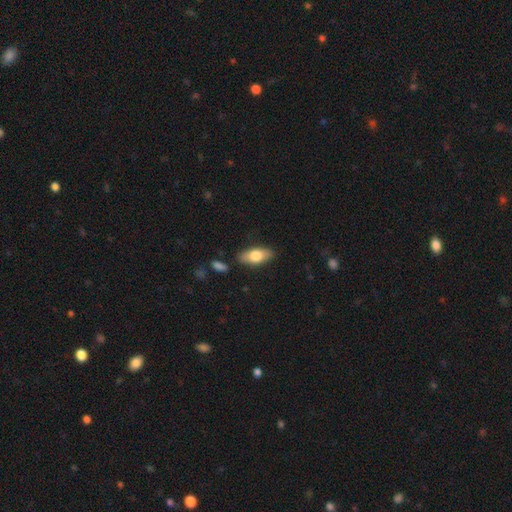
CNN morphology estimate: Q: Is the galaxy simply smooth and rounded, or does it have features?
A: smooth — 70%.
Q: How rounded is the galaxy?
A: in between — 82%.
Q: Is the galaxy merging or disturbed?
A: none — 84%.